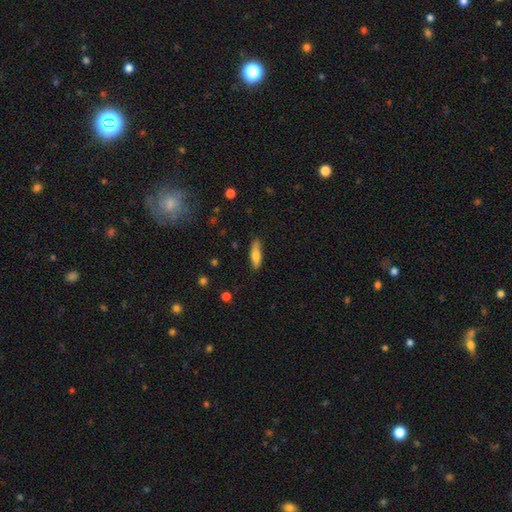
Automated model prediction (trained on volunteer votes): Overall: smooth (71%). How rounded: cigar-shaped (53%; in between 45%). Merging: none (83%).